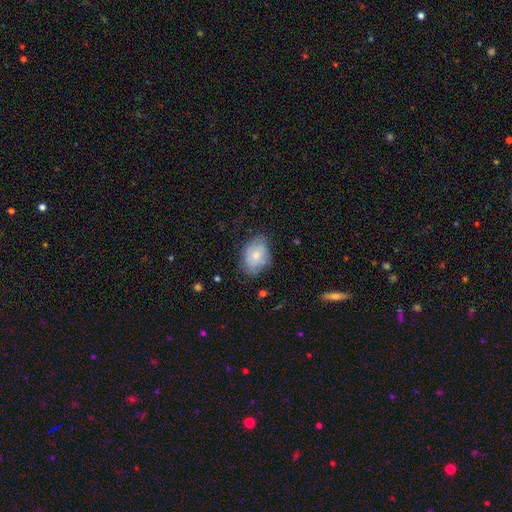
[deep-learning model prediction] The model was most divided on "merging": none: 67%, minor disturbance: 25%, major disturbance: 7%, merger: 2%. More confident: how rounded — in between (82%); smooth or featured — smooth (74%).